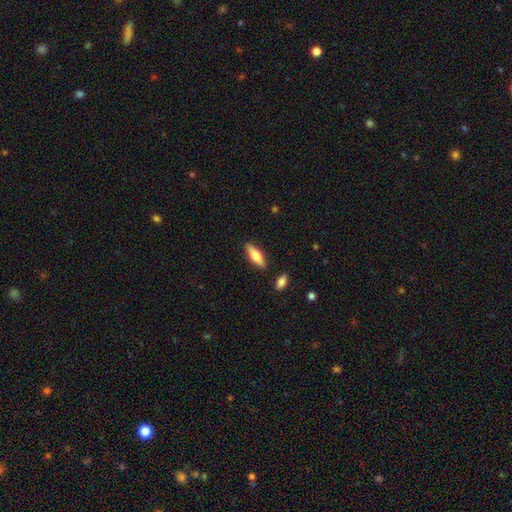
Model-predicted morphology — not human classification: The model was most divided on "how rounded": cigar-shaped: 50%, in between: 48%, round: 2%. More confident: merging — none (86%); smooth or featured — smooth (59%).